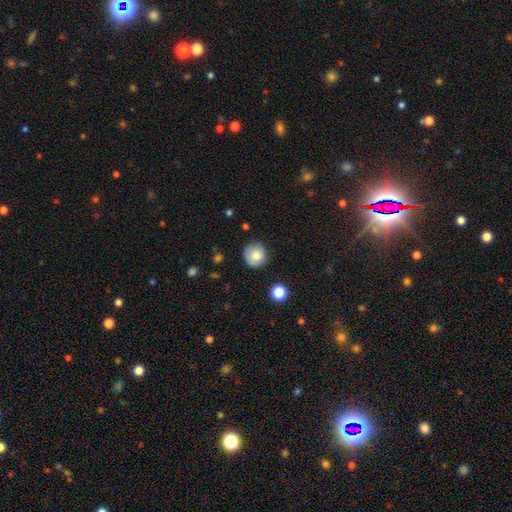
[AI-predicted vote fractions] A smooth galaxy with no disk features (79%) that is round (92%). Merging: none (84%).